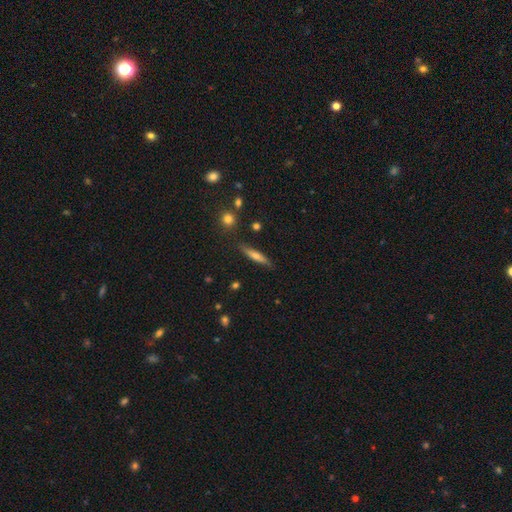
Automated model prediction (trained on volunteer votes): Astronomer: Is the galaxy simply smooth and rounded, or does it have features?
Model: smooth — 51% (runner-up: featured or disk, 41%).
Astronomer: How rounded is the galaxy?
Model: cigar-shaped — 87%.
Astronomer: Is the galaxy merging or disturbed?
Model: none — 86%.